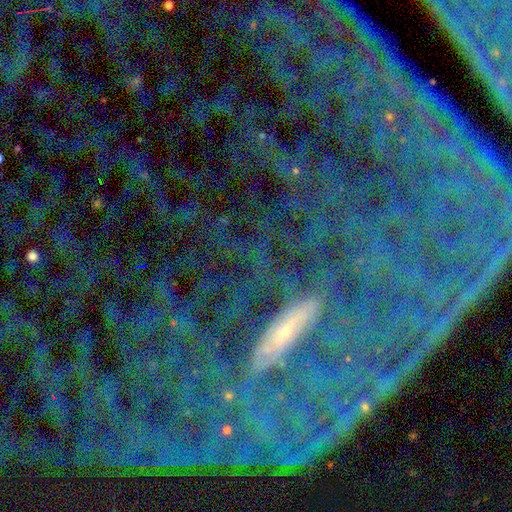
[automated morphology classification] Smooth or featured? featured or disk (42%)
Merging? none (65%)